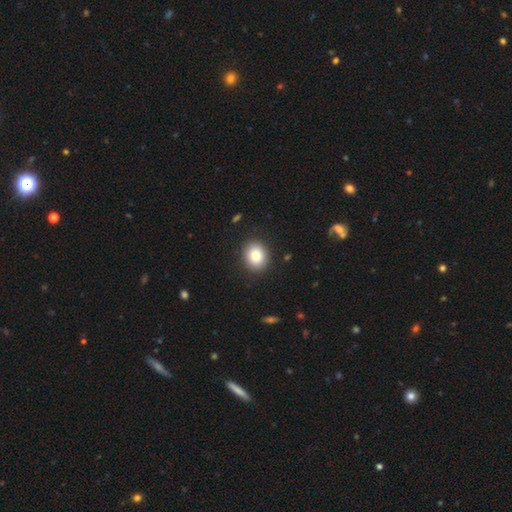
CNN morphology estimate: Overall: smooth (83%). How rounded: round (59%; in between 40%). Merging: none (89%).